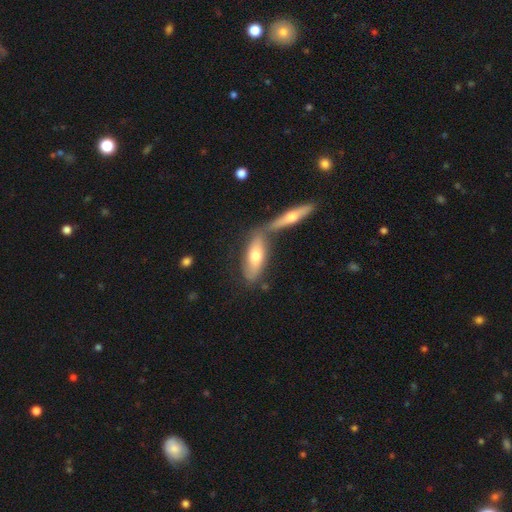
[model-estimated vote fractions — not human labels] A smooth galaxy with no disk features (57%) that is in between round and cigar-shaped (66%).

Vote fractions:
- Smooth or featured? smooth: 57% / featured or disk: 37% / star or artifact: 6%
- How rounded? in between: 66% / cigar-shaped: 32% / round: 3%
- Merging? none: 49% / merger: 35% / minor disturbance: 12% / major disturbance: 4%